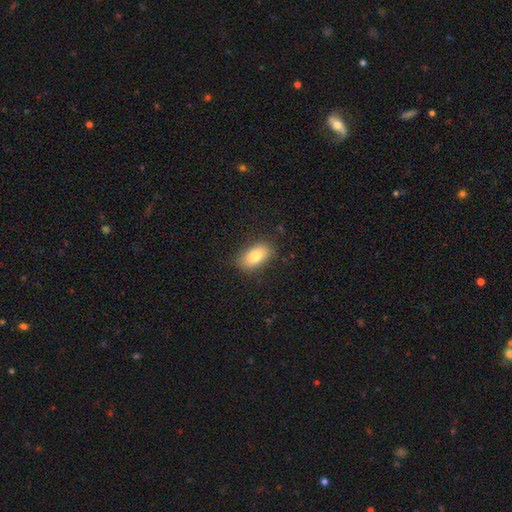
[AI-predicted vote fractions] A smooth galaxy with no disk features (81%) that is in between round and cigar-shaped (91%).

Vote fractions:
- Smooth or featured? smooth: 81% / featured or disk: 11% / star or artifact: 8%
- How rounded? in between: 91% / round: 6% / cigar-shaped: 4%
- Merging? none: 83% / minor disturbance: 13% / major disturbance: 3% / merger: 1%